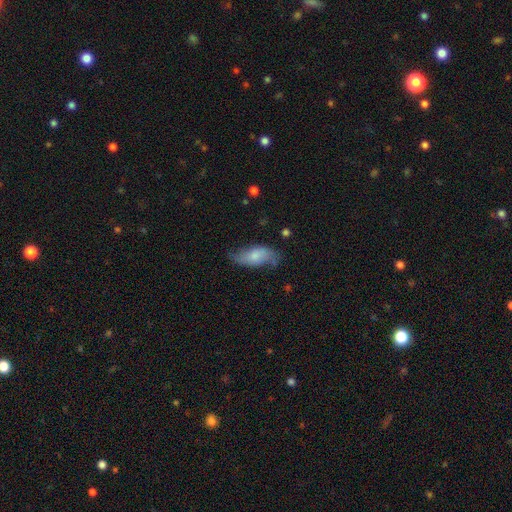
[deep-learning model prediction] smooth 55%, featured or disk 38%, star or artifact 7%. Down the decision tree: how rounded — in between (85%); merging — none (58%).